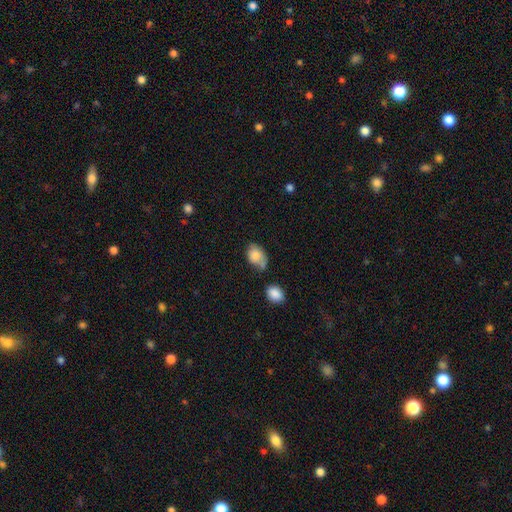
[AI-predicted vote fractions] This is clearly a smooth galaxy (80%). How rounded: likely in between (78%). Merging: marginally none (36%).